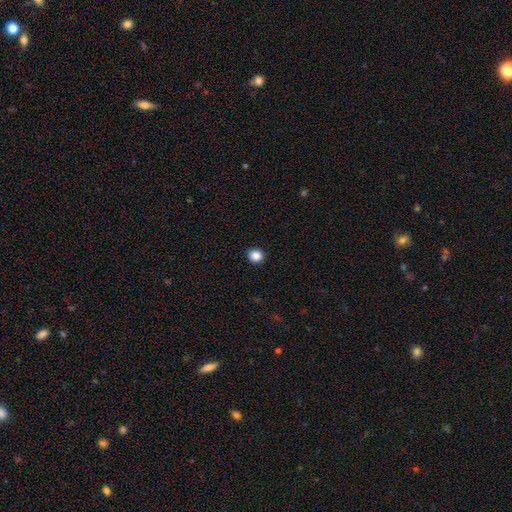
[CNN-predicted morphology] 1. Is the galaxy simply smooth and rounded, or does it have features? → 87% smooth, 10% star or artifact, 3% featured or disk.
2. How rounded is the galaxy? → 91% round, 8% in between, 1% cigar-shaped.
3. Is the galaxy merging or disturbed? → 93% none, 5% minor disturbance, 2% major disturbance, 1% merger.